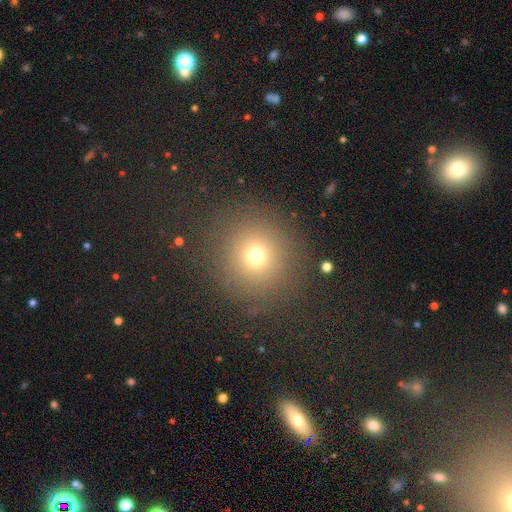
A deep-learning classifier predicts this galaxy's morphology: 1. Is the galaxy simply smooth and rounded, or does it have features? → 71% smooth, 20% star or artifact, 10% featured or disk.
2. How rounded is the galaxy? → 93% round, 6% in between, 1% cigar-shaped.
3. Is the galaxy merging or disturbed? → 86% none, 7% minor disturbance, 5% major disturbance, 2% merger.